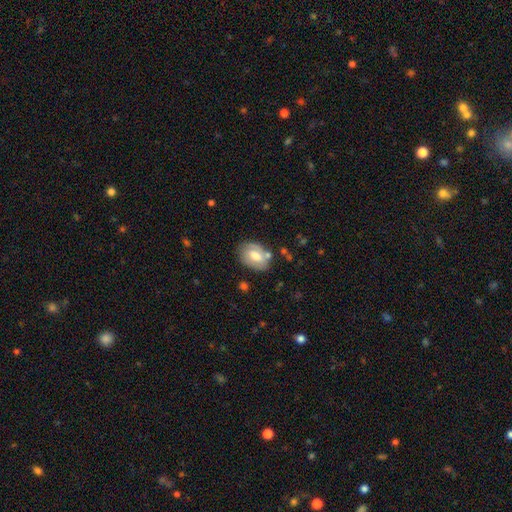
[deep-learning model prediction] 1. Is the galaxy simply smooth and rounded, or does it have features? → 56% smooth, 36% featured or disk, 7% star or artifact.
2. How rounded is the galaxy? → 72% in between, 27% round, 1% cigar-shaped.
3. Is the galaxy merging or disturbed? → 68% none, 20% minor disturbance, 6% merger, 6% major disturbance.